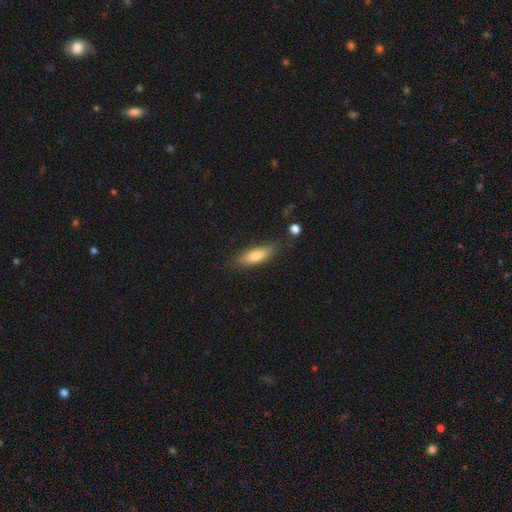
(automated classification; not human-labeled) This is likely a smooth galaxy (74%). How rounded: possibly cigar-shaped (52%). Merging: clearly none (81%).